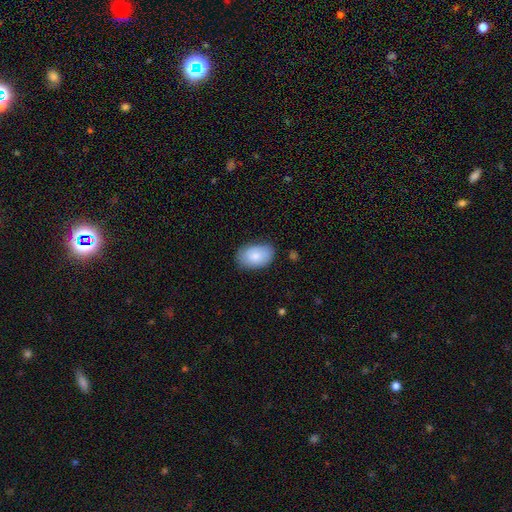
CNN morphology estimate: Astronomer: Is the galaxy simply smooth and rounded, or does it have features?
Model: smooth — 81%.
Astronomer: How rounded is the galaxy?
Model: in between — 90%.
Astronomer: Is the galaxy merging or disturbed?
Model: none — 77%.